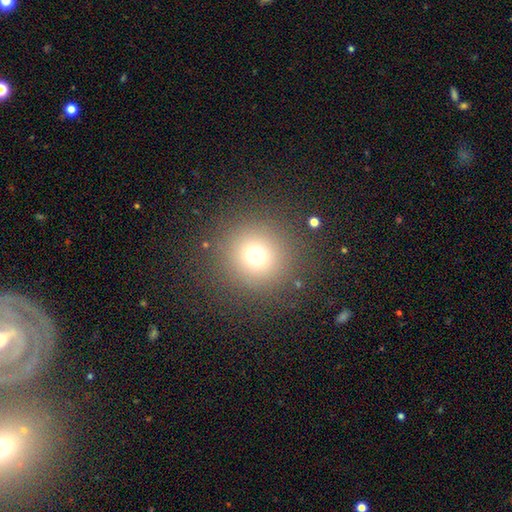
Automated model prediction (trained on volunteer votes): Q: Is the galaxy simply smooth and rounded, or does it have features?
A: smooth — 70%.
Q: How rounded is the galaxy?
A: round — 95%.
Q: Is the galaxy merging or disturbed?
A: none — 87%.